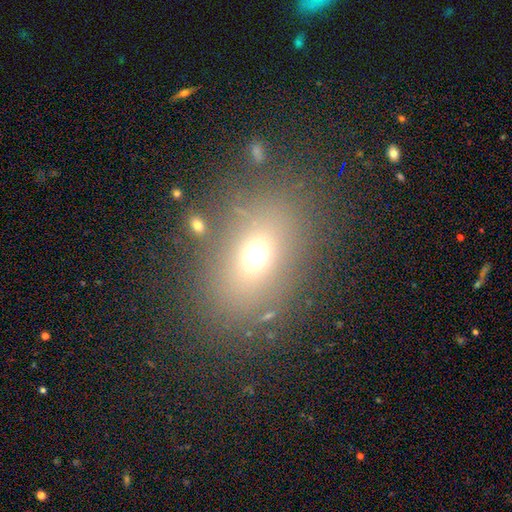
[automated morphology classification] Smooth or featured?
  - smooth: 65% *
  - star or artifact: 20%
  - featured or disk: 15%
How rounded?
  - in between: 67% *
  - round: 31%
  - cigar-shaped: 2%
Merging?
  - none: 80% *
  - minor disturbance: 10%
  - major disturbance: 6%
  - merger: 4%